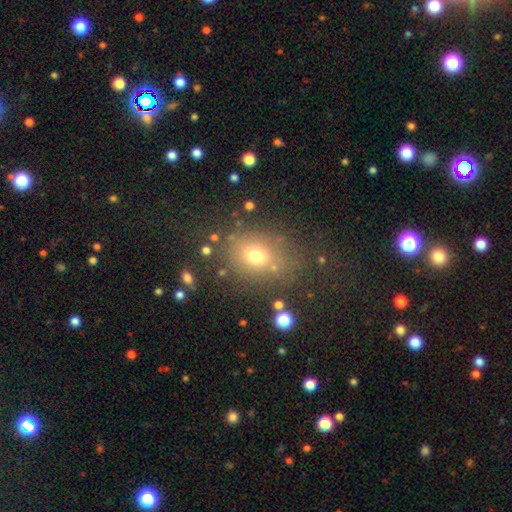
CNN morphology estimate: smooth-or-featured: smooth: 70% | star or artifact: 19% | featured or disk: 12%
  how-rounded: round: 54% | in between: 44% | cigar-shaped: 1%
  merging: none: 73% | minor disturbance: 14% | major disturbance: 7% | merger: 6%